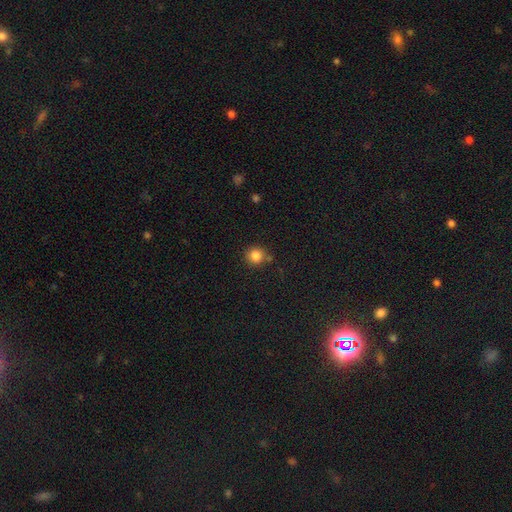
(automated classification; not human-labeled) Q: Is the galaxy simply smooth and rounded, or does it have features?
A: smooth — 85%.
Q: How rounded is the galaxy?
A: round — 91%.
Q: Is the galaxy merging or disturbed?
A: none — 77%.